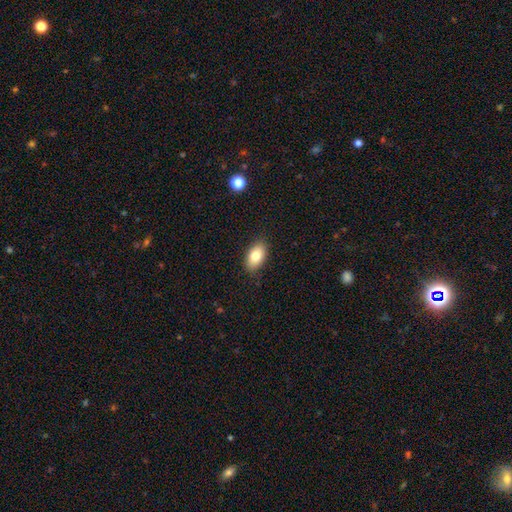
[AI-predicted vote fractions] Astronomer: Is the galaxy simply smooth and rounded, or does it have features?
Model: smooth — 80%.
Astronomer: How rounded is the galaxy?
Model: in between — 92%.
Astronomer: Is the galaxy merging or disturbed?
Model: none — 86%.